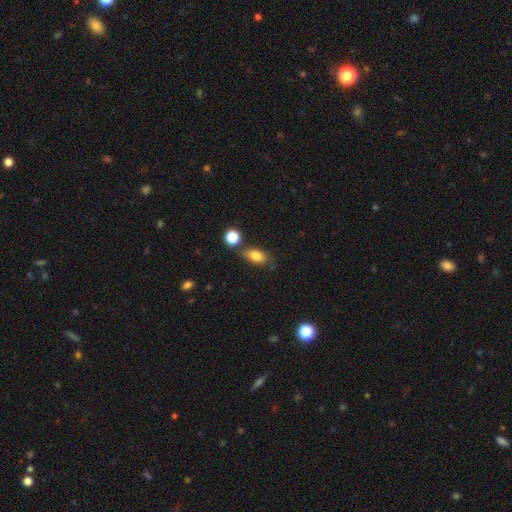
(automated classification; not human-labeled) Smooth or featured? smooth (82%)
How rounded? in between (84%)
Merging? none (70%)